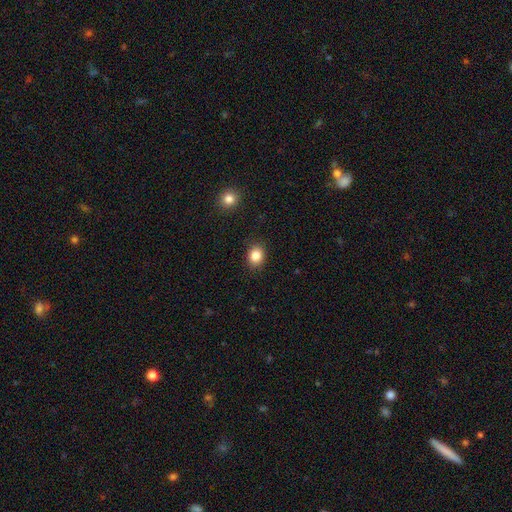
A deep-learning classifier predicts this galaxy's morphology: This is clearly a smooth galaxy (85%). How rounded: possibly round (57%). Merging: clearly none (88%).